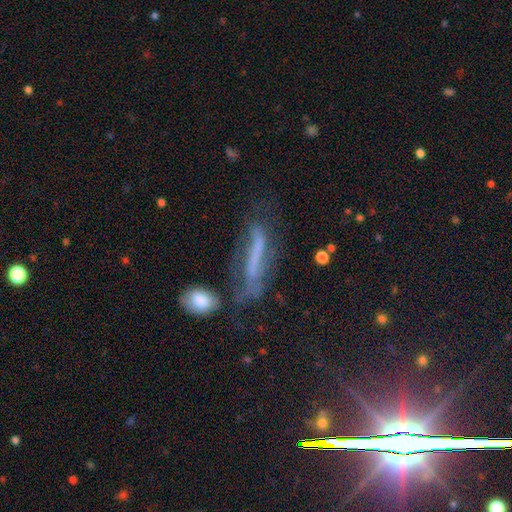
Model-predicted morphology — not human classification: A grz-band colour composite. It shows a featured or disk galaxy (46%). Merging: none (46%).